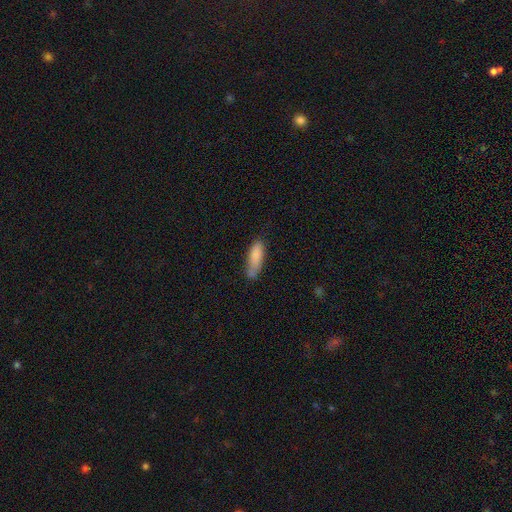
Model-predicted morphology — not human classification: Smooth or featured? Predicted: smooth (p=0.83). How rounded? Predicted: in between (p=0.51). Merging? Predicted: none (p=0.57).